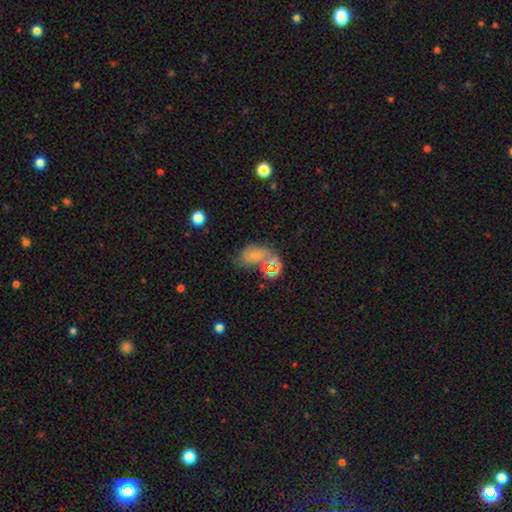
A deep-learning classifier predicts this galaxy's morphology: This appears to be a smooth galaxy with no disk features (57%) that is in between round and cigar-shaped (81%). Merging: none (39%).